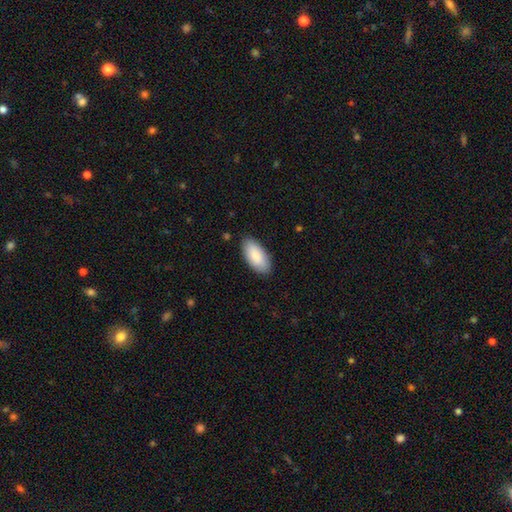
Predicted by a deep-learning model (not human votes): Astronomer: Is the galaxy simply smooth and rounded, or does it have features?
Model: smooth — 87%.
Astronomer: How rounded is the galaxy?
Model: in between — 93%.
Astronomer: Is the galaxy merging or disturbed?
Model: none — 87%.